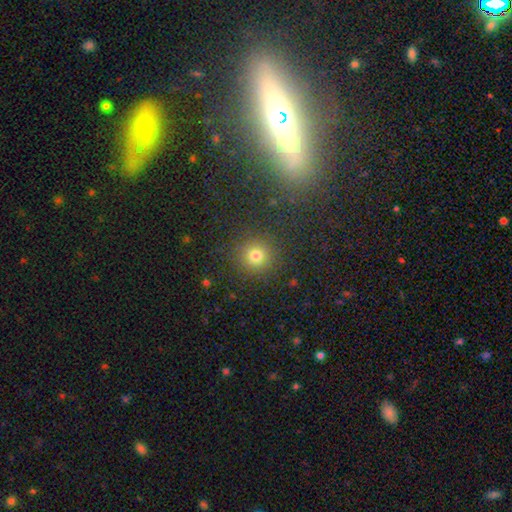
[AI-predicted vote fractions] This is likely a smooth galaxy (74%). How rounded: clearly round (93%). Merging: clearly none (88%).